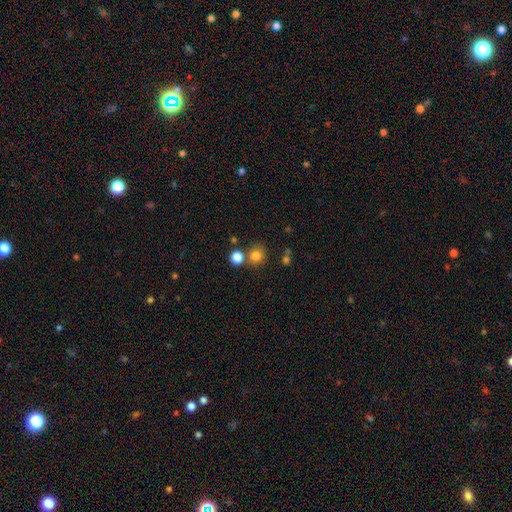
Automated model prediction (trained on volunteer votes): Smooth or featured? smooth (79%)
How rounded? round (87%)
Merging? none (69%)